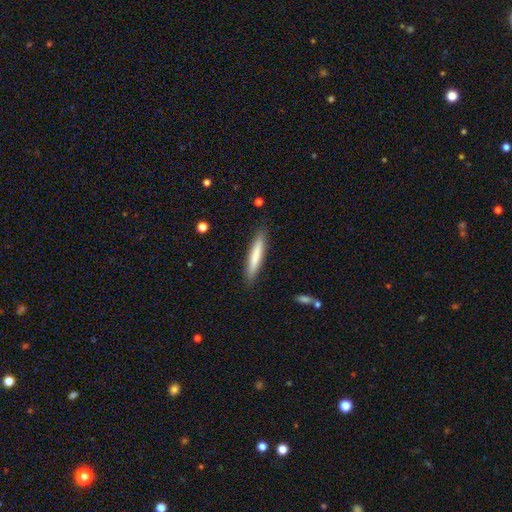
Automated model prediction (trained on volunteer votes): Smooth or featured? smooth (73%)
How rounded? cigar-shaped (92%)
Merging? none (88%)